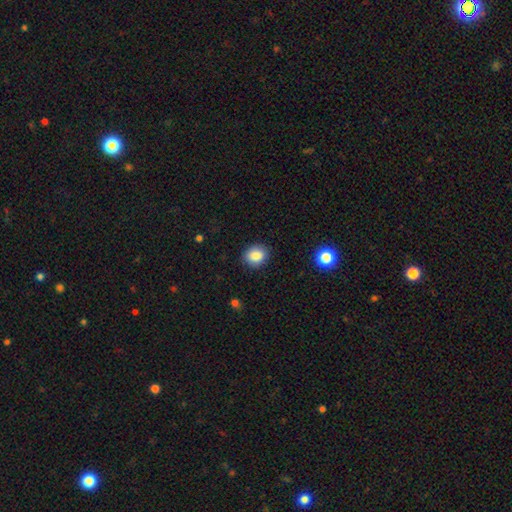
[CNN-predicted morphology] This appears to be a smooth galaxy with no disk features (86%) that is round (57%). Merging: none (87%).